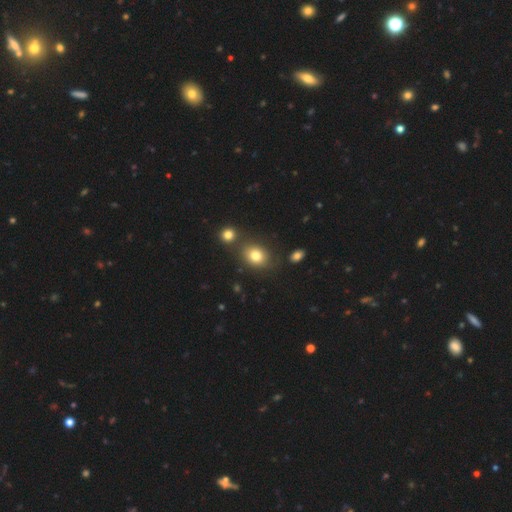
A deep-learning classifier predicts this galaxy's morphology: Overall: smooth (78%). How rounded: in between (52%; round 47%). Merging: none (72%).